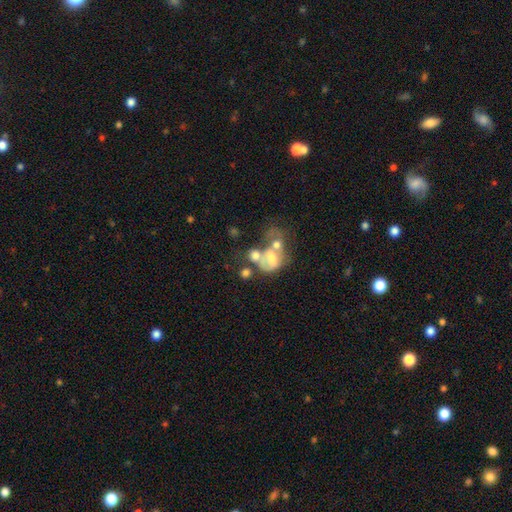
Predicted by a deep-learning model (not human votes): This appears to be a smooth galaxy with no disk features (47%). Merging: merger (57%).